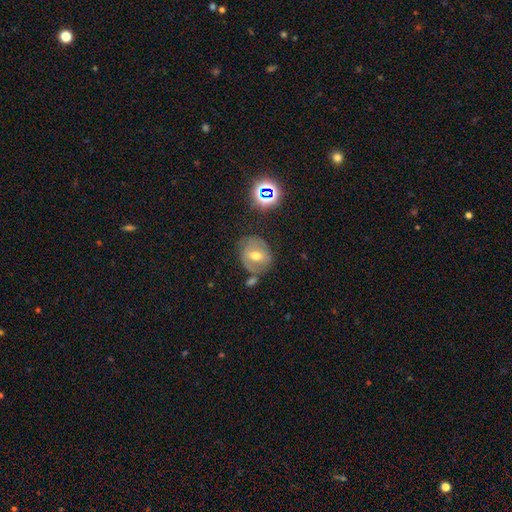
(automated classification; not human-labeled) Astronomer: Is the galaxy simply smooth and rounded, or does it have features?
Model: featured or disk — 46% (runner-up: smooth, 40%).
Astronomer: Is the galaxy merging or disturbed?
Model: none — 64%.